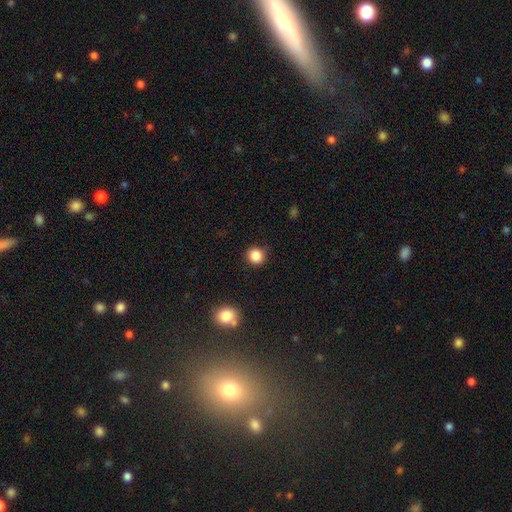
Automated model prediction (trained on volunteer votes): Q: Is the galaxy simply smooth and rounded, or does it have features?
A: smooth — 86%.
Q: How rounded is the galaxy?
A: round — 88%.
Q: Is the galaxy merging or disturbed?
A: none — 86%.